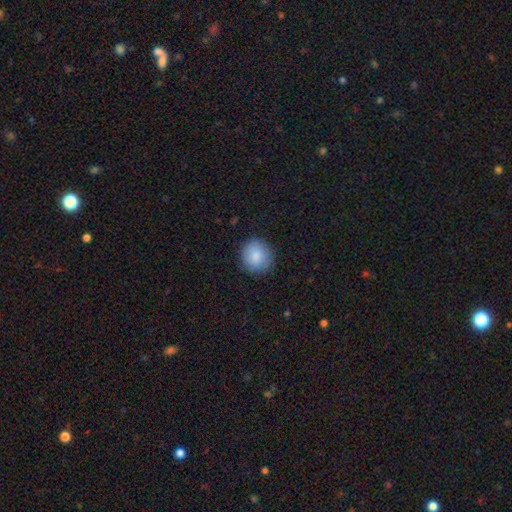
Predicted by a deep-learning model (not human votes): smooth 87%, star or artifact 7%, featured or disk 6%. Down the decision tree: how rounded — round (87%); merging — none (87%).